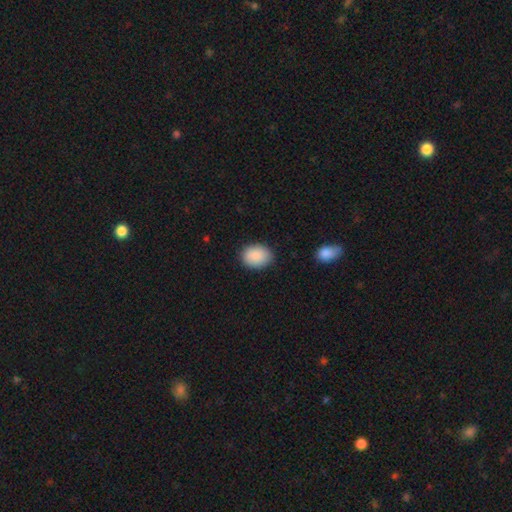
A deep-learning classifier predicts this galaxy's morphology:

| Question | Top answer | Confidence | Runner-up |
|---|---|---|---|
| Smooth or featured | smooth | 89% | star or artifact (7%) |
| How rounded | in between | 67% | round (32%) |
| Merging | none | 85% | minor disturbance (11%) |